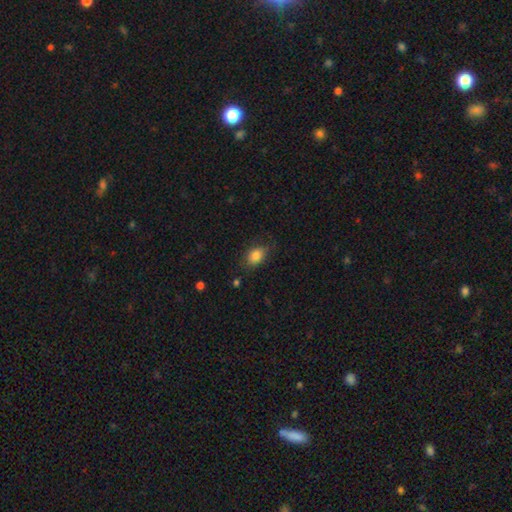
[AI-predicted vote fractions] Smooth or featured: smooth — 83% (star or artifact — 9%)
How rounded: in between — 75% (round — 24%)
Merging: none — 72% (minor disturbance — 21%)